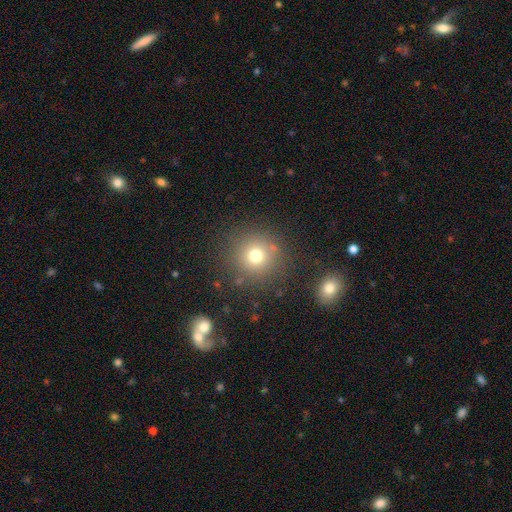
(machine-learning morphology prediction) smooth-or-featured: smooth: 73% | star or artifact: 17% | featured or disk: 11%
  how-rounded: round: 94% | in between: 5% | cigar-shaped: 1%
  merging: none: 84% | minor disturbance: 8% | major disturbance: 4% | merger: 4%